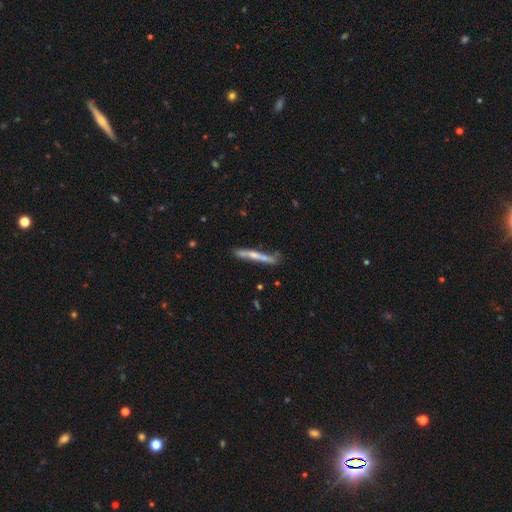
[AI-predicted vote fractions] This appears to be a featured or disk galaxy (50%) viewed edge-on (85%). Merging: none (67%).